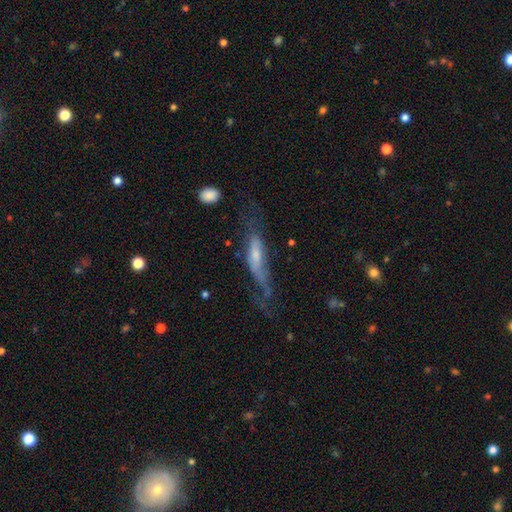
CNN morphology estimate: Smooth or featured: featured or disk — 51% (smooth — 40%)
Edge-on disk: yes — 54% (no — 46%)
Merging: major disturbance — 36% (none — 35%)